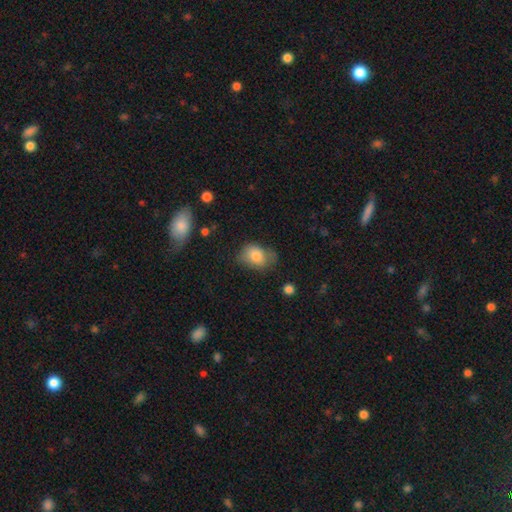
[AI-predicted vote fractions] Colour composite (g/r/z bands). It shows a smooth galaxy with no disk features (80%) that is in between round and cigar-shaped (72%). Merging: none (51%).